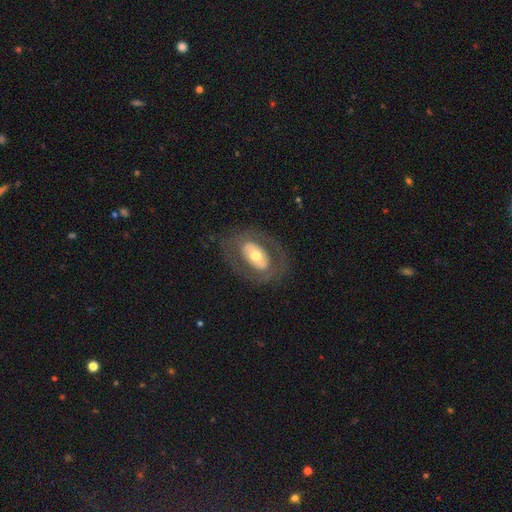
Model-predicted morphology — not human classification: featured or disk 58%, smooth 36%, star or artifact 6%. Down the decision tree: edge-on disk — no (92%); bar — no (64%); spiral arms — no (77%); bulge size — moderate (64%); merging — none (75%).